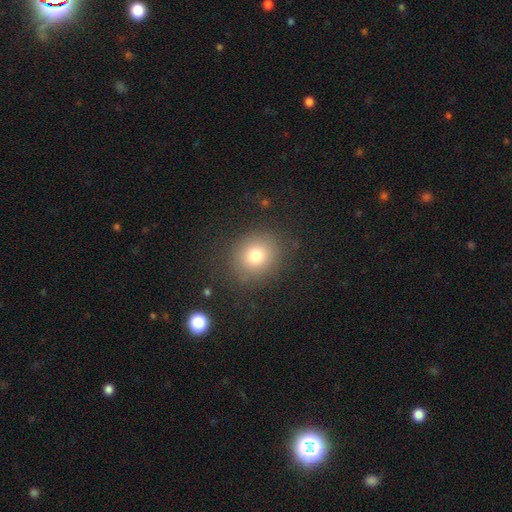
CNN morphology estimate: Smooth or featured?
  - smooth: 76% *
  - star or artifact: 14%
  - featured or disk: 10%
How rounded?
  - round: 79% *
  - in between: 20%
  - cigar-shaped: 1%
Merging?
  - none: 83% *
  - minor disturbance: 10%
  - major disturbance: 5%
  - merger: 1%